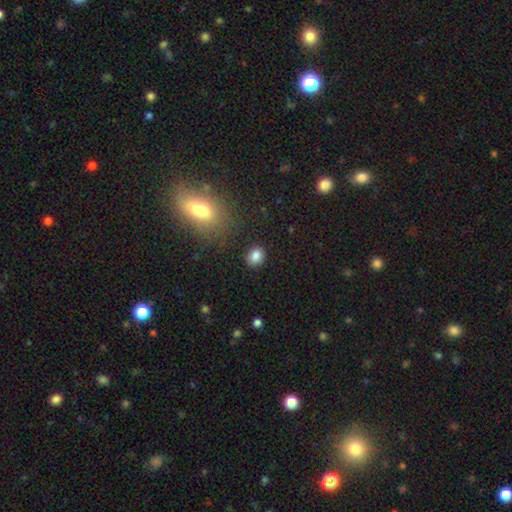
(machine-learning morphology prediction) smooth 84%, star or artifact 10%, featured or disk 5%. Down the decision tree: how rounded — round (54%); merging — none (86%).